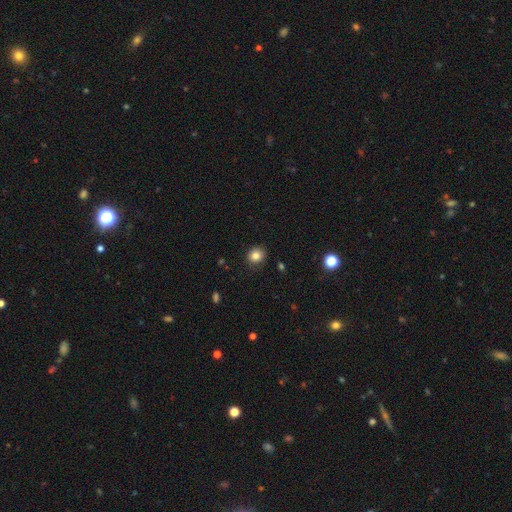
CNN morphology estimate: smooth 83%, star or artifact 11%, featured or disk 6%. Down the decision tree: how rounded — round (81%); merging — none (86%).